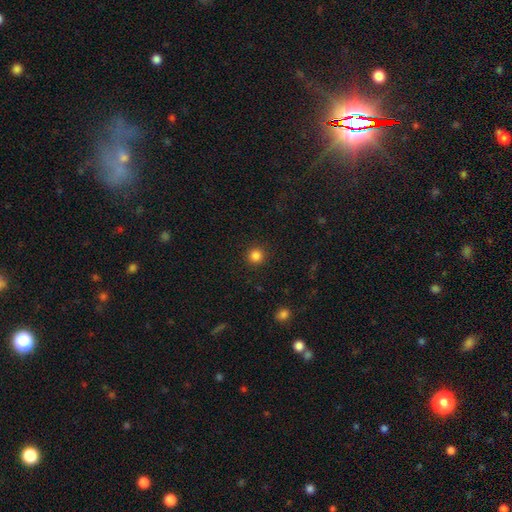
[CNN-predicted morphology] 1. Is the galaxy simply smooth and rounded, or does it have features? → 85% smooth, 12% star or artifact, 3% featured or disk.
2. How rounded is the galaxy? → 95% round, 4% in between, 1% cigar-shaped.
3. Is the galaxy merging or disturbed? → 92% none, 5% minor disturbance, 2% major disturbance, 1% merger.